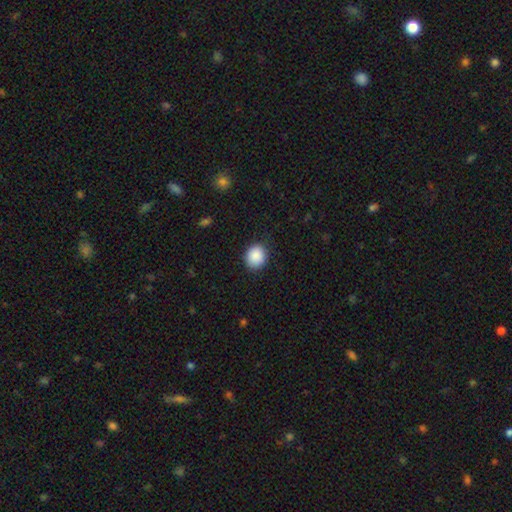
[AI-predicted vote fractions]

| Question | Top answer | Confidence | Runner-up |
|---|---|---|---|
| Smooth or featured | smooth | 89% | star or artifact (8%) |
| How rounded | round | 72% | in between (27%) |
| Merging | none | 87% | minor disturbance (10%) |